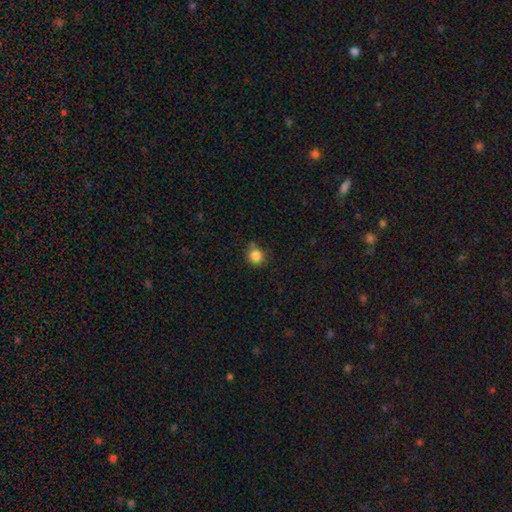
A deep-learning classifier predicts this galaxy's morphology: Overall: smooth (84%). How rounded: round (87%). Merging: none (72%).